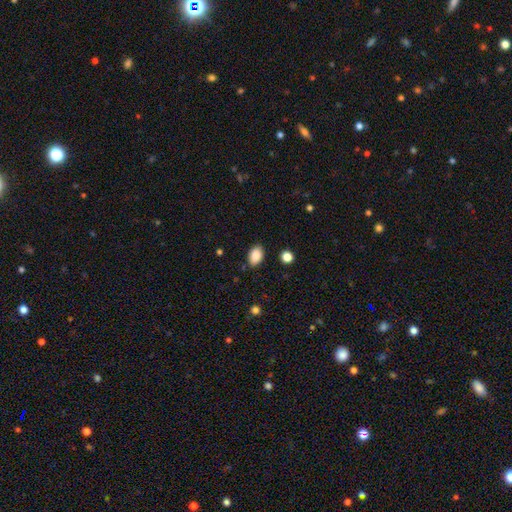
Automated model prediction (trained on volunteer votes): Morphology: type=smooth (88%); roundness=in between (87%); merging=none (85%).